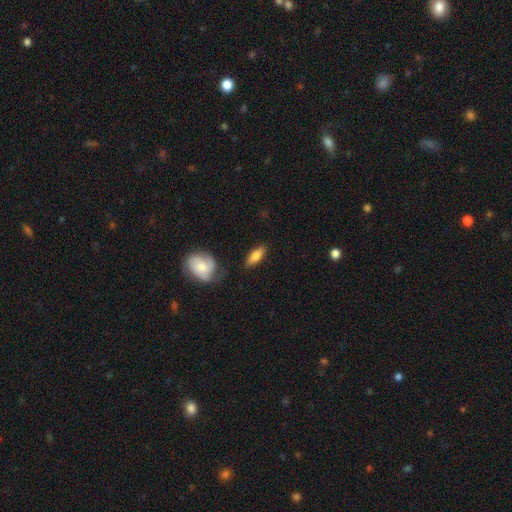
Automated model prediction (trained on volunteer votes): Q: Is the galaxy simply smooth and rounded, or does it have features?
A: smooth — 77%.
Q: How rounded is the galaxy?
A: in between — 69%.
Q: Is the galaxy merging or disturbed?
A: none — 78%.